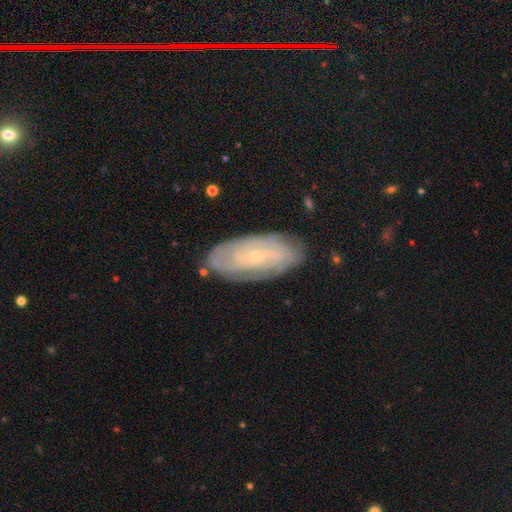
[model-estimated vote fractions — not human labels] Overall: featured or disk (72%). Edge-on disk: no (91%). Bar: no (69%). Spiral arms: yes (87%). Spiral arm count: can't tell (52%; 2 19%). Spiral winding: tight (68%). Bulge size: small (85%). Merging: none (81%).